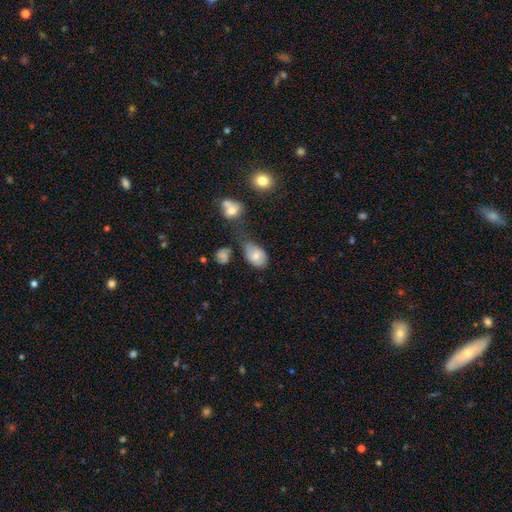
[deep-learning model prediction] Smooth or featured: smooth — 69% (featured or disk — 22%)
How rounded: in between — 81% (round — 18%)
Merging: none — 35% (minor disturbance — 32%)